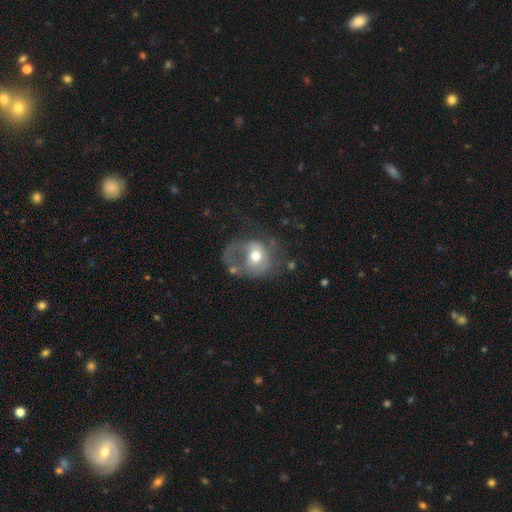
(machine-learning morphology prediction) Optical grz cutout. It shows a smooth galaxy with no disk features (47%). Merging: major disturbance (54%).